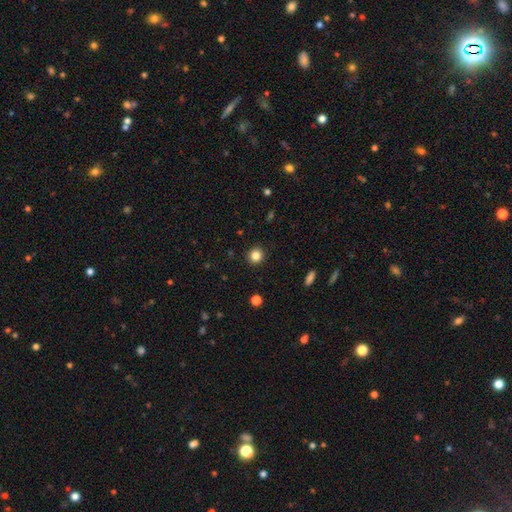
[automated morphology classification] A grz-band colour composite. It shows a smooth galaxy with no disk features (84%) that is round (92%). Merging: none (92%).